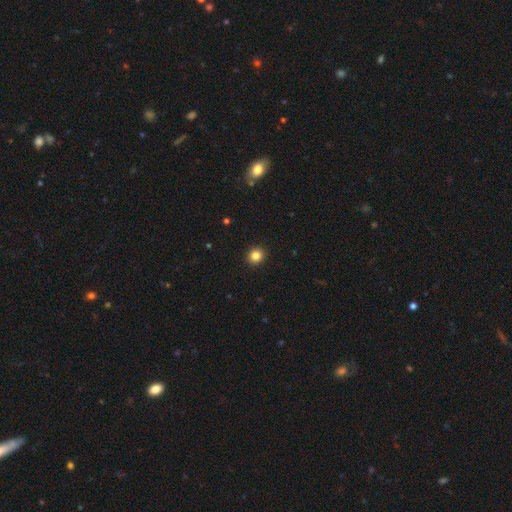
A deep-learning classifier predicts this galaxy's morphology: smooth_or_featured: smooth (p=0.84) [alt: star or artifact p=0.12]
how_rounded: round (p=0.89) [alt: in between p=0.10]
merging: none (p=0.93) [alt: minor disturbance p=0.04]